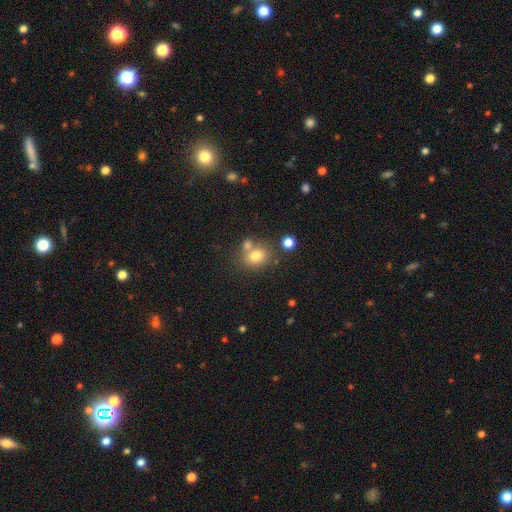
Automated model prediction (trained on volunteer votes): smooth 77%, star or artifact 12%, featured or disk 11%. Down the decision tree: how rounded — round (61%); merging — none (55%).